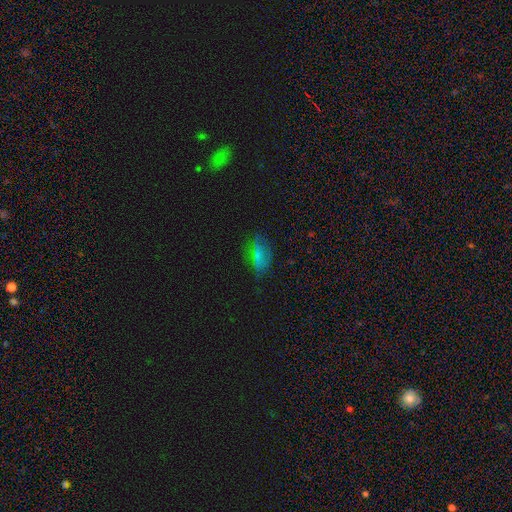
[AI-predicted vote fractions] The model was most divided on "smooth or featured": smooth: 51%, featured or disk: 25%, star or artifact: 24%. More confident: how rounded — in between (76%); merging — none (62%).